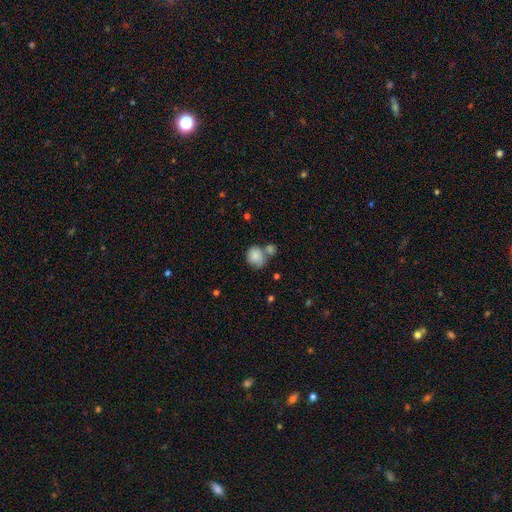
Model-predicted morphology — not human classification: Smooth or featured? smooth (76%)
How rounded? round (67%)
Merging? none (39%)